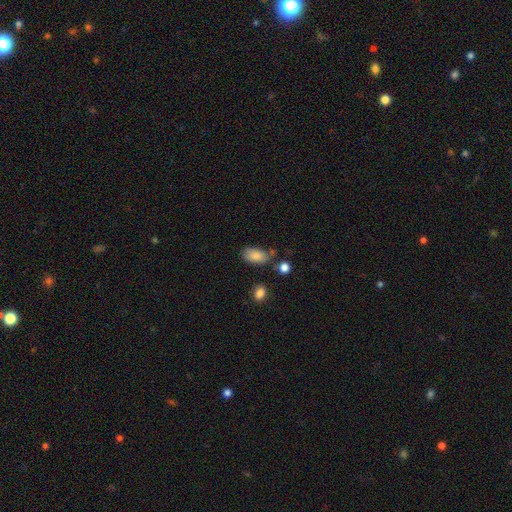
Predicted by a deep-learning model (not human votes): Overall: smooth (86%). How rounded: in between (93%). Merging: none (69%).